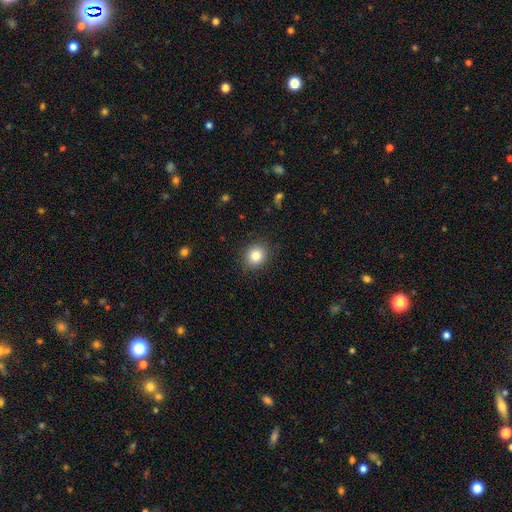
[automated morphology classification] Smooth or featured? smooth (83%)
How rounded? round (78%)
Merging? none (88%)